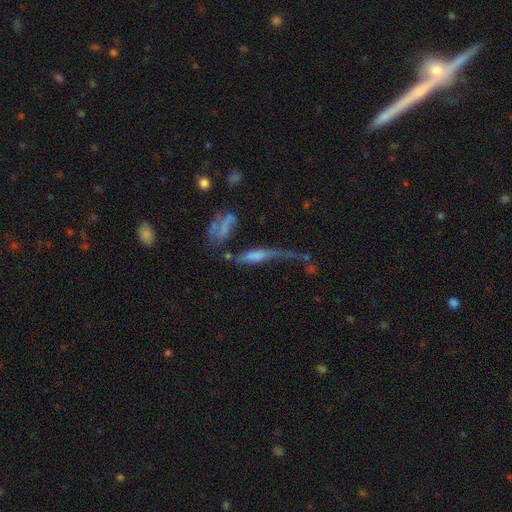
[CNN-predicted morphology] smooth-or-featured: smooth: 48% | featured or disk: 41% | star or artifact: 12%
  merging: major disturbance: 36% | merger: 25% | none: 23% | minor disturbance: 16%